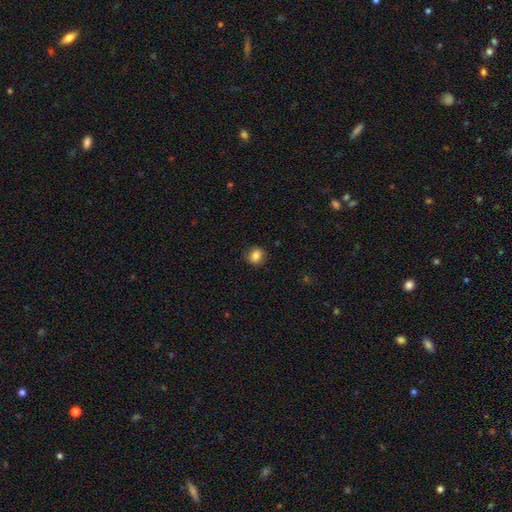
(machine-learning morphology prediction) The model was most divided on "how rounded": round: 69%, in between: 30%, cigar-shaped: 1%. More confident: merging — none (84%); smooth or featured — smooth (84%).